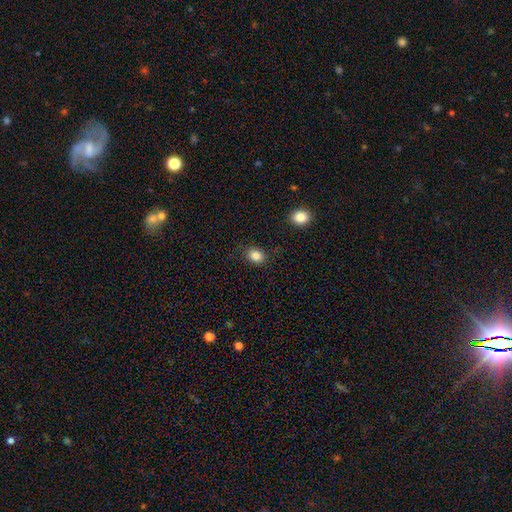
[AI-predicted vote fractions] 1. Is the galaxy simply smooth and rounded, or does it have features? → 85% smooth, 10% star or artifact, 5% featured or disk.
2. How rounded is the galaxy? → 52% in between, 47% round, 1% cigar-shaped.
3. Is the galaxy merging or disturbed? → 84% none, 11% minor disturbance, 3% major disturbance, 2% merger.